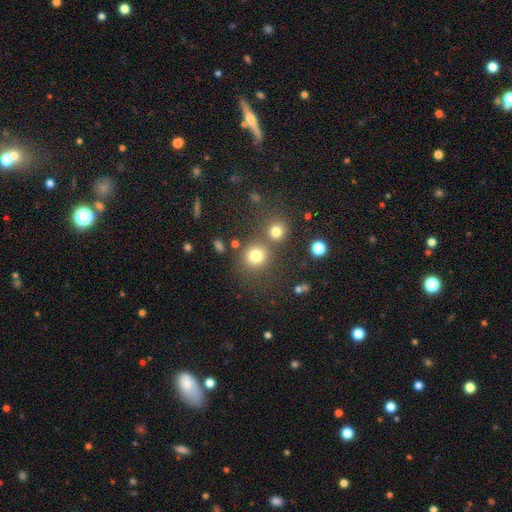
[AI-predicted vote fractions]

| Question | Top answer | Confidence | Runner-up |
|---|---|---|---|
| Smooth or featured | smooth | 78% | star or artifact (15%) |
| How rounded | round | 84% | in between (15%) |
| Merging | none | 61% | merger (24%) |